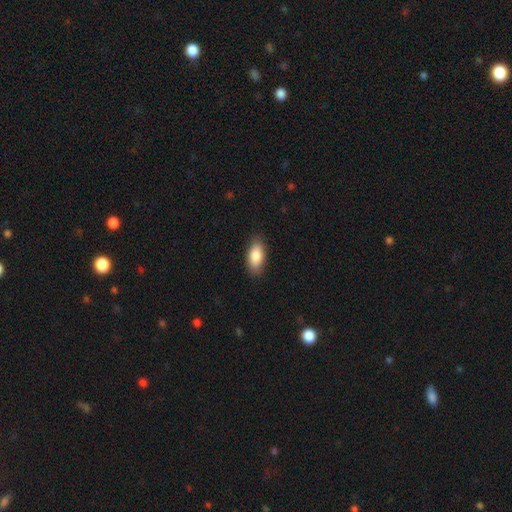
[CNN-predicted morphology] A smooth galaxy with no disk features (86%) that is in between round and cigar-shaped (88%). Merging: none (85%).